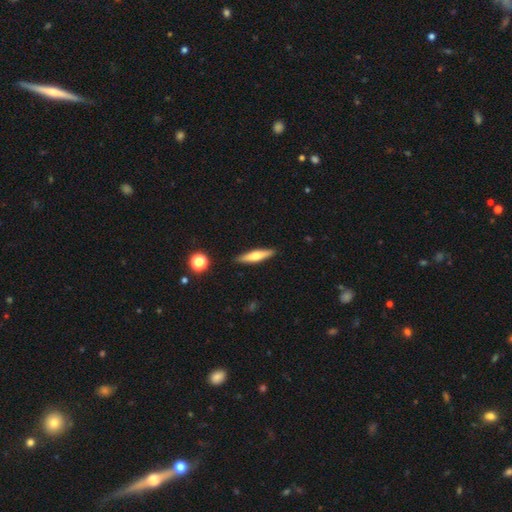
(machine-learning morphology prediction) smooth-or-featured: smooth: 50% | featured or disk: 44% | star or artifact: 6%
  merging: none: 90% | minor disturbance: 7% | major disturbance: 2% | merger: 1%